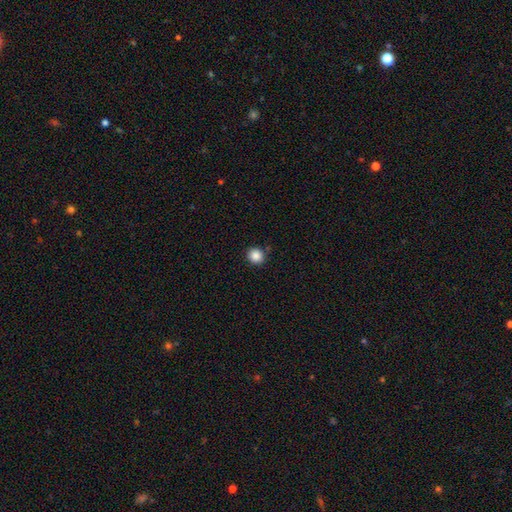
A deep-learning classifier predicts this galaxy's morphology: smooth 87%, star or artifact 10%, featured or disk 3%. Down the decision tree: how rounded — round (89%); merging — none (88%).